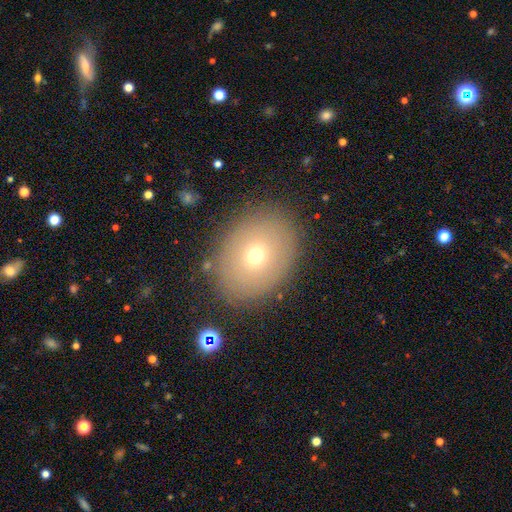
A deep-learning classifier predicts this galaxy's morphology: The model was most divided on "how rounded": in between: 57%, round: 42%, cigar-shaped: 1%. More confident: merging — none (86%); smooth or featured — smooth (66%).